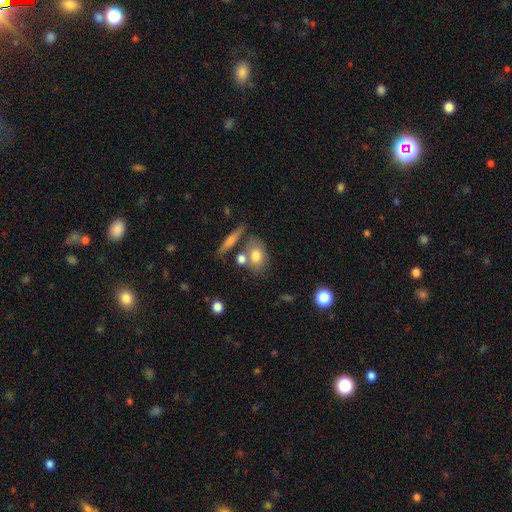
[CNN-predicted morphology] Overall: smooth (73%). How rounded: in between (76%). Merging: none (54%; merger 24%).